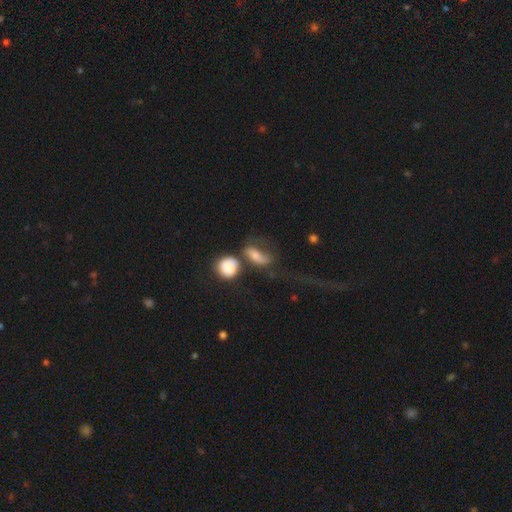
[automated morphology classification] This is likely a smooth galaxy (66%). How rounded: likely in between (69%). Merging: marginally merger (37%).